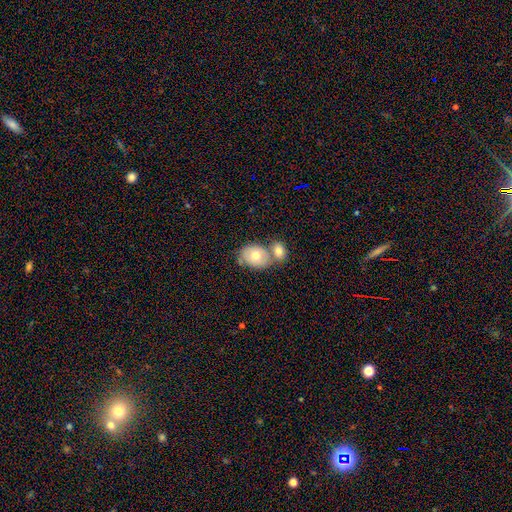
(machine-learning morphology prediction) Smooth or featured? Predicted: smooth (p=0.67). How rounded? Predicted: in between (p=0.69). Merging? Predicted: merger (p=0.48).